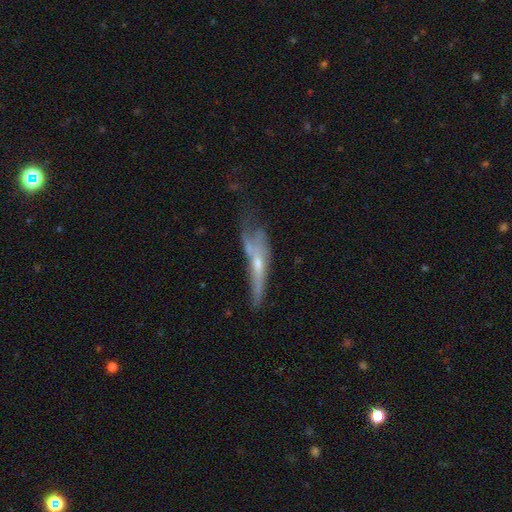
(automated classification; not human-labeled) Smooth or featured: featured or disk — 60% (smooth — 29%)
Edge-on disk: yes — 63% (no — 37%)
Merging: none — 37% (major disturbance — 29%)